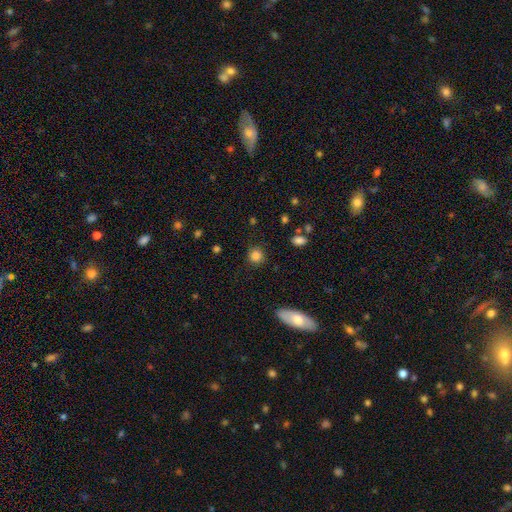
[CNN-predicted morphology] A smooth galaxy with no disk features (85%) that is round (89%).

Vote fractions:
- Smooth or featured? smooth: 85% / star or artifact: 11% / featured or disk: 5%
- How rounded? round: 89% / in between: 10% / cigar-shaped: 1%
- Merging? none: 86% / minor disturbance: 9% / major disturbance: 3% / merger: 2%